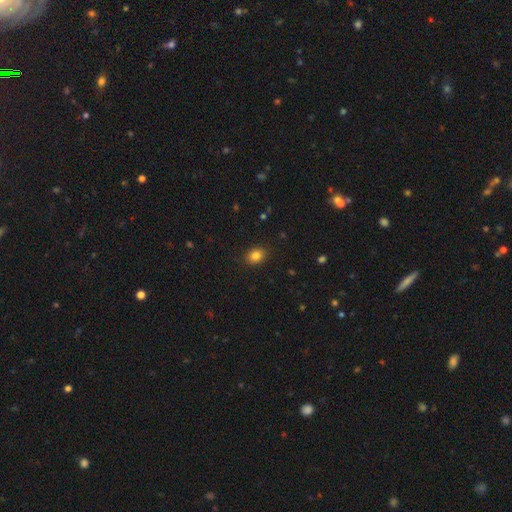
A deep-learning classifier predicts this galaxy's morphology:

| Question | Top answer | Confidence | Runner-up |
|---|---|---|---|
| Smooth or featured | smooth | 83% | star or artifact (11%) |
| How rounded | in between | 51% | round (48%) |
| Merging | none | 89% | minor disturbance (8%) |